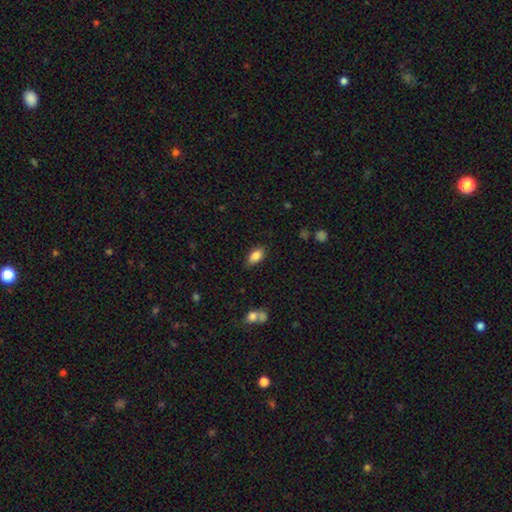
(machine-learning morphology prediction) Smooth or featured? smooth (85%)
How rounded? in between (90%)
Merging? none (84%)